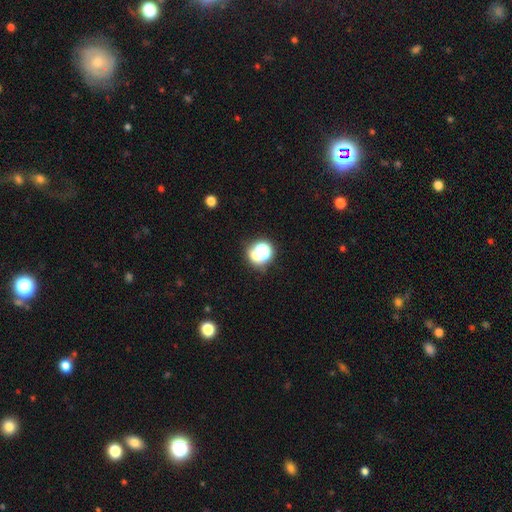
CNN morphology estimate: The model was most divided on "smooth or featured": smooth: 46%, star or artifact: 43%, featured or disk: 11%. More confident: merging — none (65%).